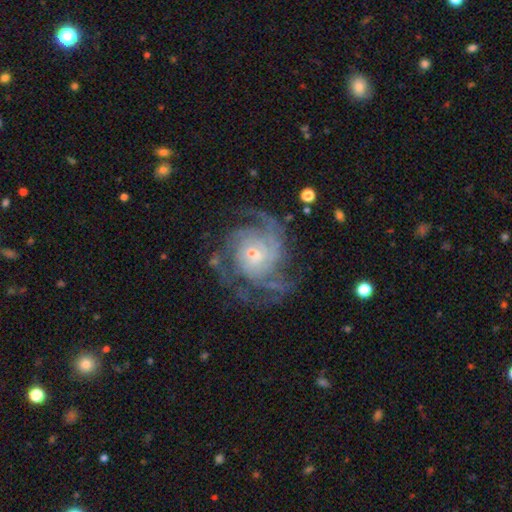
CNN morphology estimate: Overall: featured or disk (89%). Edge-on disk: no (98%). Bar: no (62%; weak 31%). Spiral arms: yes (97%). Spiral arm count: 3 (24%, tied with can't tell). Spiral winding: tight (55%; medium 36%). Bulge size: small (68%). Merging: none (66%).